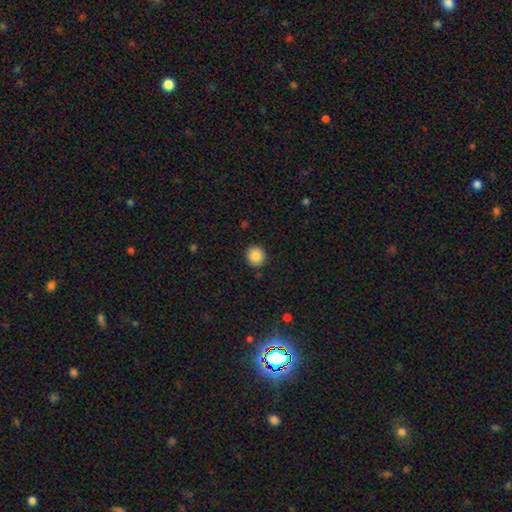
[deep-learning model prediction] Morphology: type=smooth (87%); roundness=round (88%); merging=none (90%).